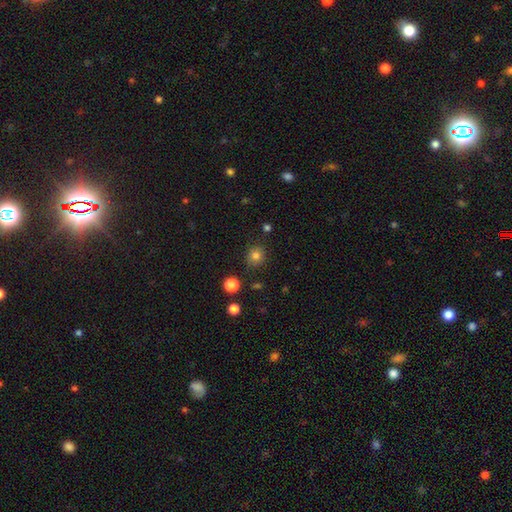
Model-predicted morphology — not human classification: type=smooth (81%); roundness=round (87%); merging=none (86%).